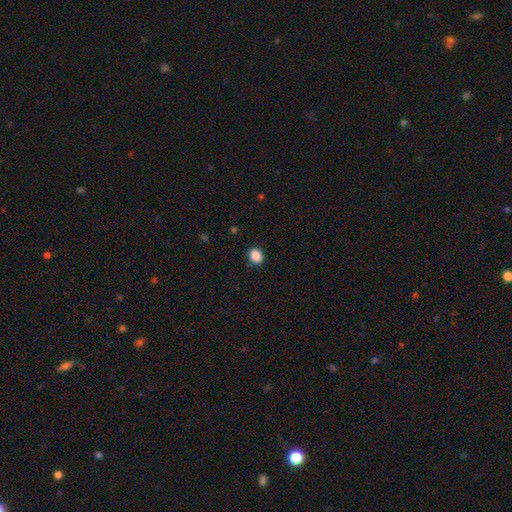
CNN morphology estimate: smooth-or-featured: smooth: 88% | star or artifact: 9% | featured or disk: 3%
  how-rounded: round: 53% | in between: 46% | cigar-shaped: 1%
  merging: none: 89% | minor disturbance: 8% | major disturbance: 2% | merger: 1%